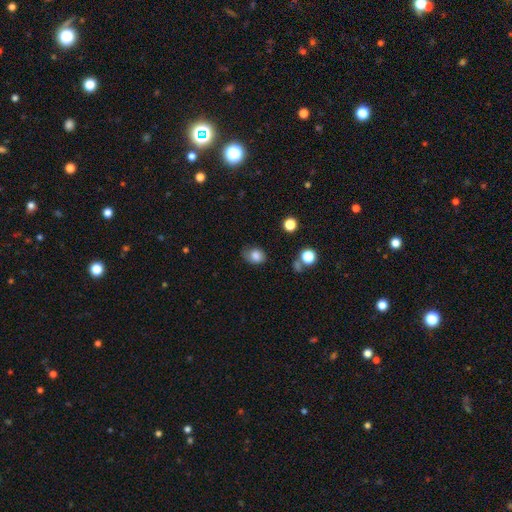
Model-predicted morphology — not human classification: Q: Smooth or featured?
A: smooth (81%); runner-up: star or artifact (10%)
Q: How rounded?
A: in between (60%); runner-up: round (39%)
Q: Merging?
A: none (63%); runner-up: minor disturbance (26%)